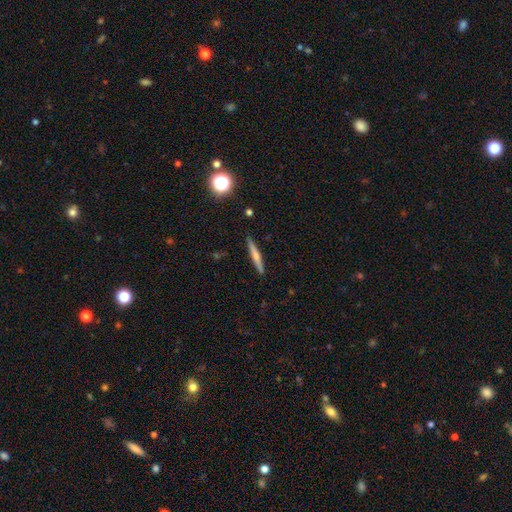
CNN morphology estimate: Smooth or featured? smooth (54%)
How rounded? cigar-shaped (94%)
Merging? none (90%)